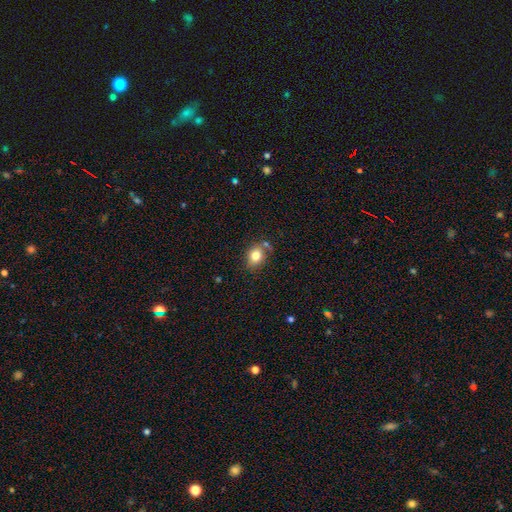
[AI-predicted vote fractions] smooth_or_featured: smooth (p=0.80) [alt: star or artifact p=0.10]
how_rounded: in between (p=0.54) [alt: round p=0.45]
merging: none (p=0.67) [alt: minor disturbance p=0.17]